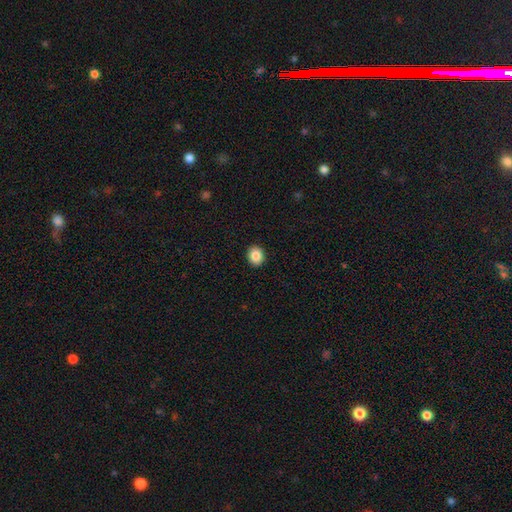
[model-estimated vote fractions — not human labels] Morphology: type=smooth (85%); roundness=round (67%); merging=none (92%).